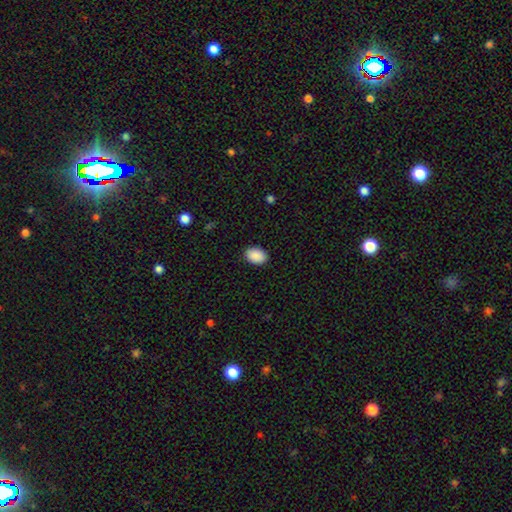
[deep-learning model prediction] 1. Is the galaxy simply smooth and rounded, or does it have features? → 90% smooth, 7% star or artifact, 3% featured or disk.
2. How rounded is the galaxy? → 84% in between, 15% round, 1% cigar-shaped.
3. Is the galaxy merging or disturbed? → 90% none, 7% minor disturbance, 2% major disturbance, 1% merger.